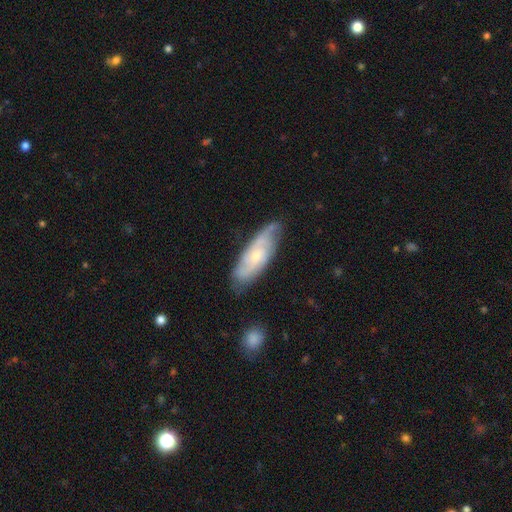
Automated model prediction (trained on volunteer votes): featured or disk 71%, smooth 23%, star or artifact 6%. Down the decision tree: edge-on disk — no (85%); bar — no (69%); spiral arms — yes (91%); spiral arm count — 2 (43%); spiral winding — tight (44%); bulge size — small (61%); merging — none (70%).